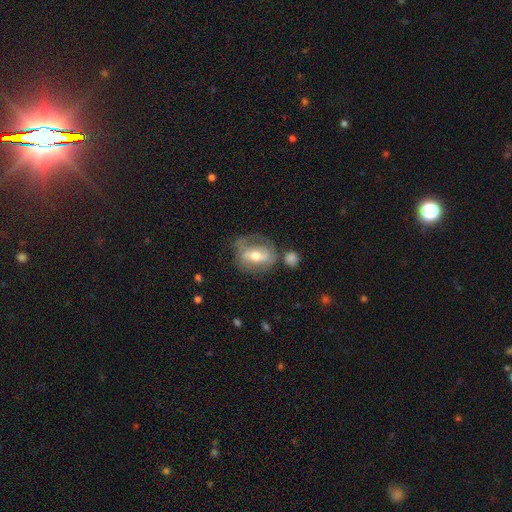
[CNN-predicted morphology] Smooth or featured: featured or disk — 62% (smooth — 31%)
Edge-on disk: no — 92% (yes — 8%)
Bar: strong — 38% (weak — 35%)
Spiral arms: yes — 53% (no — 47%)
Bulge size: moderate — 69% (small — 23%)
Merging: none — 42% (minor disturbance — 25%)